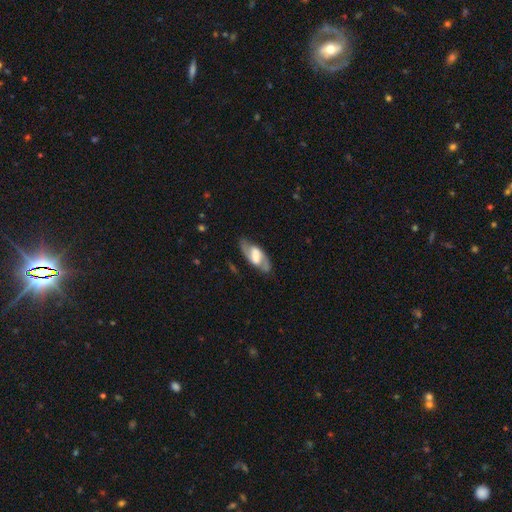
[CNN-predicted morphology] The model was most divided on "bulge size": large: 33%, moderate: 32%, small: 20%, none: 11%, dominant: 4%. Remaining: edge-on disk — no (88%); spiral arm count — 2 (85%); spiral arms — yes (81%); merging — none (79%); smooth or featured — featured or disk (71%); spiral winding — medium (49%); bar — strong (41%).